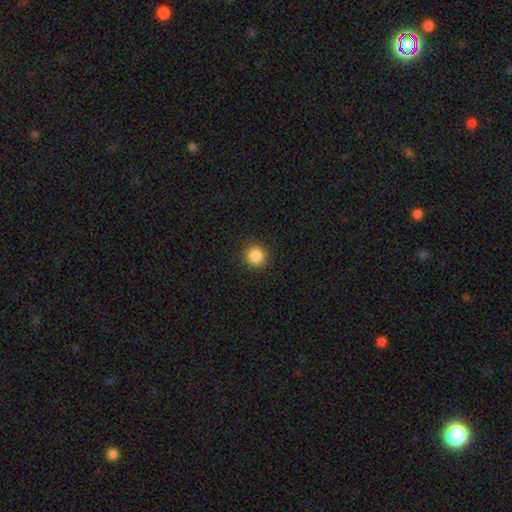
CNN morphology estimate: This is clearly a smooth galaxy (85%). How rounded: clearly round (93%). Merging: clearly none (89%).